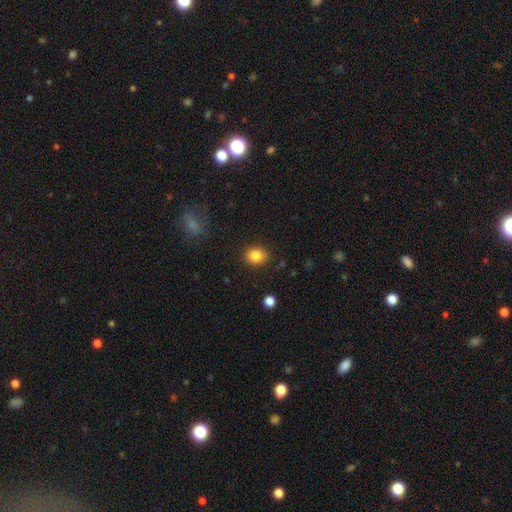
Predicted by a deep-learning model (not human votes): This appears to be a smooth galaxy with no disk features (84%) that is round (60%). Merging: none (86%).